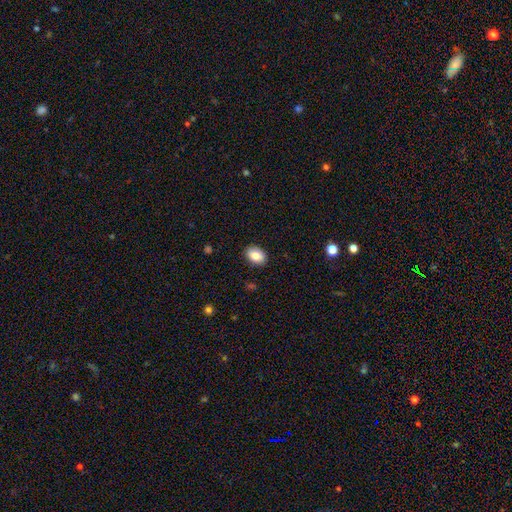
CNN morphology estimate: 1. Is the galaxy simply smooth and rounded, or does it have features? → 87% smooth, 8% star or artifact, 6% featured or disk.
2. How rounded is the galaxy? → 81% in between, 18% round, 1% cigar-shaped.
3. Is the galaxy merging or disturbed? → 88% none, 9% minor disturbance, 2% major disturbance, 1% merger.